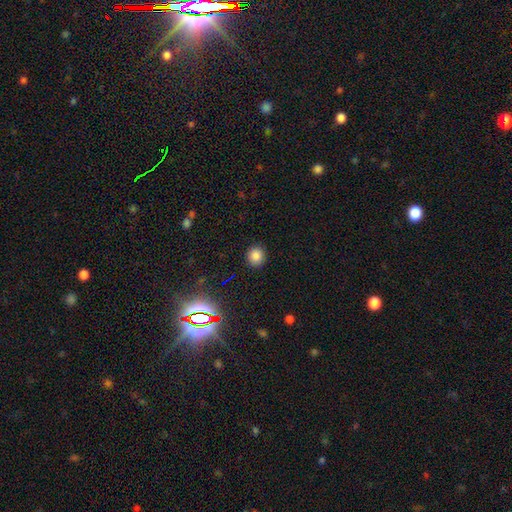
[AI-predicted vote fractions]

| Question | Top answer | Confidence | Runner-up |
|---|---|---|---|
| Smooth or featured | smooth | 82% | star or artifact (14%) |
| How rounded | round | 89% | in between (10%) |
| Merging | none | 91% | minor disturbance (6%) |